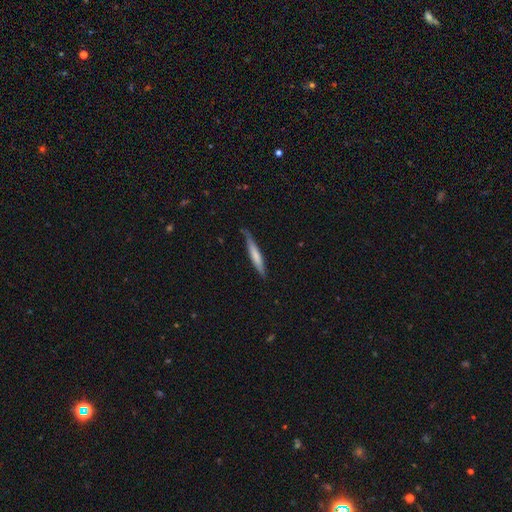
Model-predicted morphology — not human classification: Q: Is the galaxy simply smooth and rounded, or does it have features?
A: smooth — 60%.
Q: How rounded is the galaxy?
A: cigar-shaped — 94%.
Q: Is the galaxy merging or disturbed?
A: none — 77%.